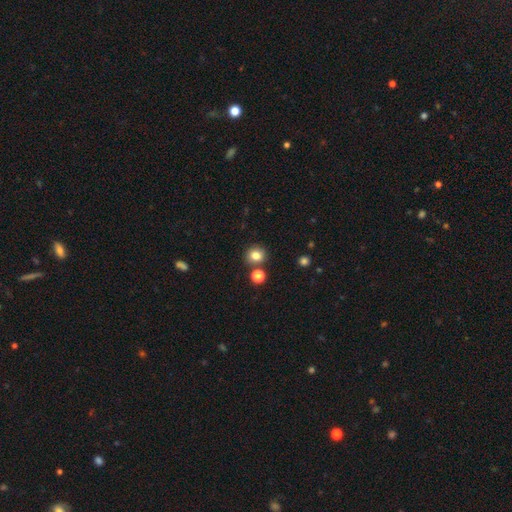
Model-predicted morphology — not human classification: This is clearly a smooth galaxy (81%). How rounded: clearly round (84%). Merging: likely none (79%).